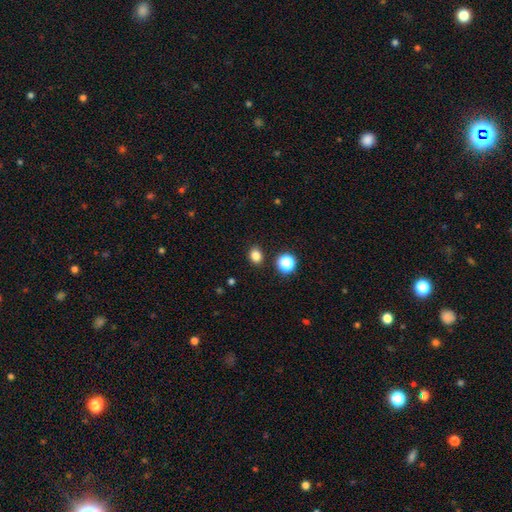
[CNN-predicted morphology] Smooth or featured: smooth — 82% (star or artifact — 14%)
How rounded: round — 54% (in between — 45%)
Merging: none — 88% (minor disturbance — 8%)